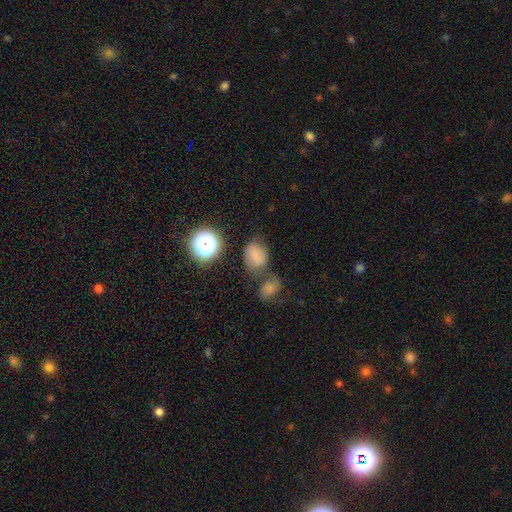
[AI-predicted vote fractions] Smooth or featured? smooth (74%)
How rounded? in between (59%)
Merging? none (50%)